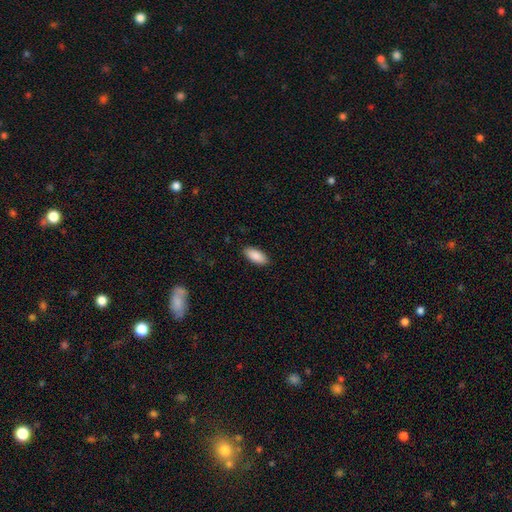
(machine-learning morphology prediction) This appears to be a smooth galaxy with no disk features (89%) that is in between round and cigar-shaped (88%). Merging: none (89%).